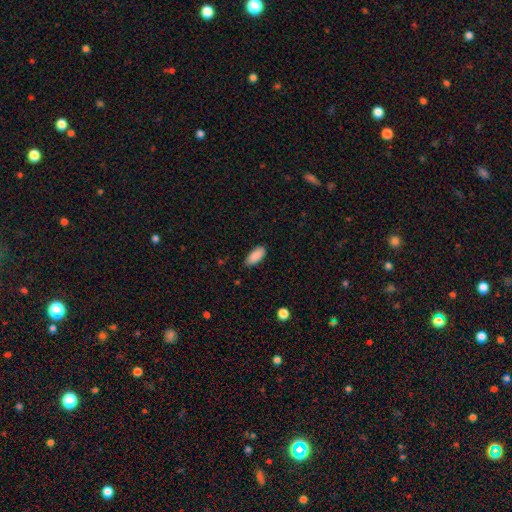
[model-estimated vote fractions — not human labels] Overall: smooth (90%). How rounded: in between (88%). Merging: none (85%).